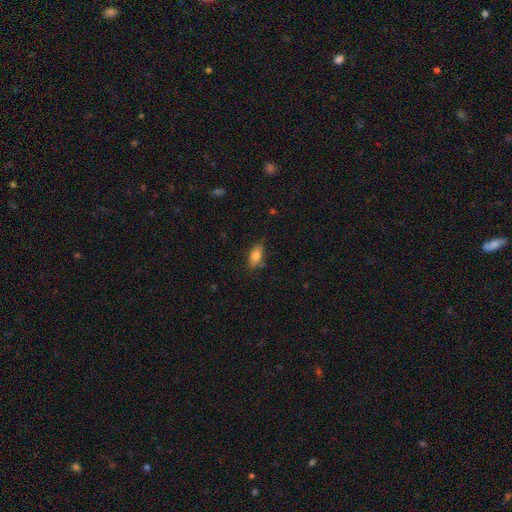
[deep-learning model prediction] smooth-or-featured: smooth: 79% | featured or disk: 13% | star or artifact: 8%
  how-rounded: in between: 82% | cigar-shaped: 14% | round: 3%
  merging: none: 75% | minor disturbance: 18% | major disturbance: 4% | merger: 3%